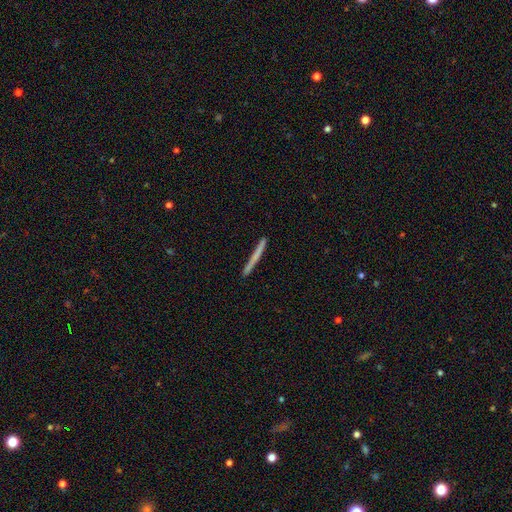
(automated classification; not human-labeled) Overall: smooth (60%; featured or disk 34%). How rounded: cigar-shaped (97%). Merging: none (90%).